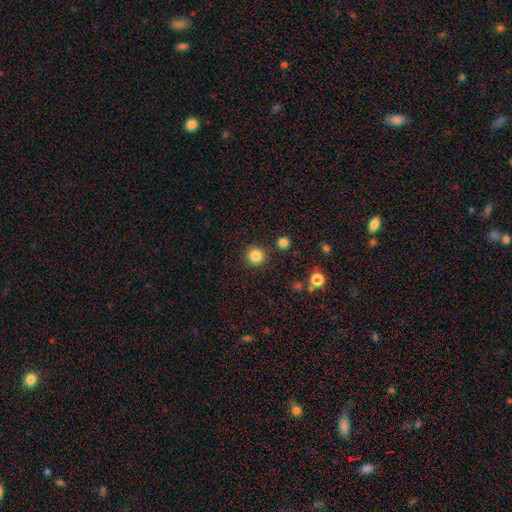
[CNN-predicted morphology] Overall: smooth (85%). How rounded: round (94%). Merging: none (88%).